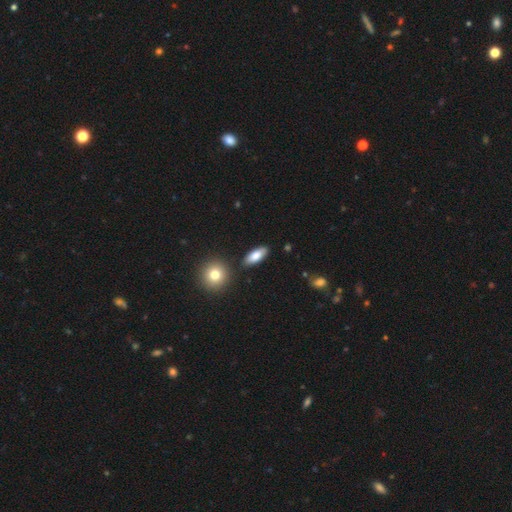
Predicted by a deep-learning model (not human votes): A smooth galaxy with no disk features (80%) that is in between round and cigar-shaped (78%). Merging: none (86%).